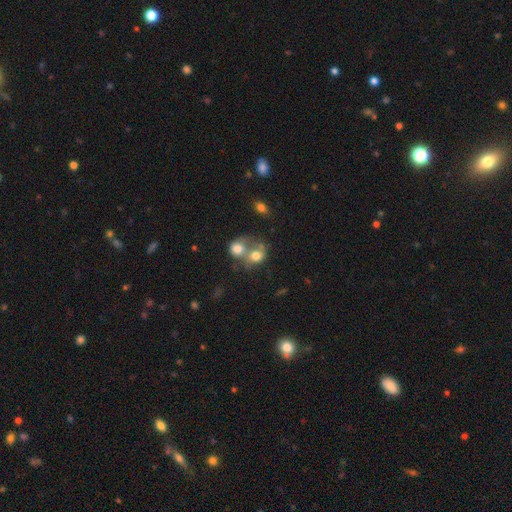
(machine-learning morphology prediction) Overall: smooth (70%). How rounded: round (63%; in between 36%). Merging: merger (69%).